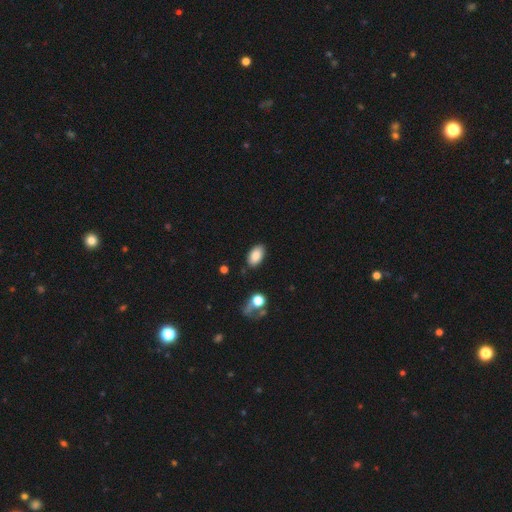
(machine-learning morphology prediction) A smooth galaxy with no disk features (86%) that is in between round and cigar-shaped (93%). Merging: none (84%).